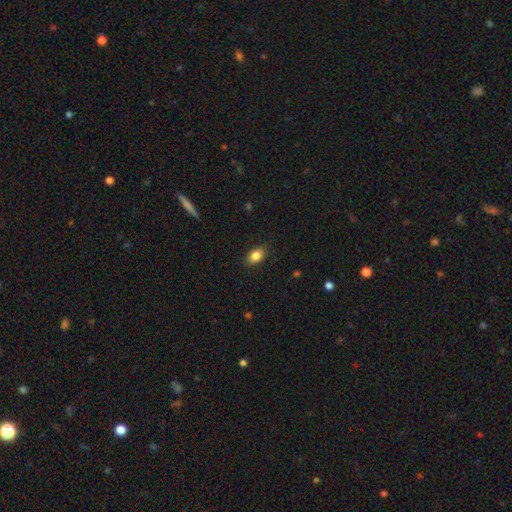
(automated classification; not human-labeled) This appears to be a smooth galaxy with no disk features (85%) that is in between round and cigar-shaped (81%). Merging: none (85%).